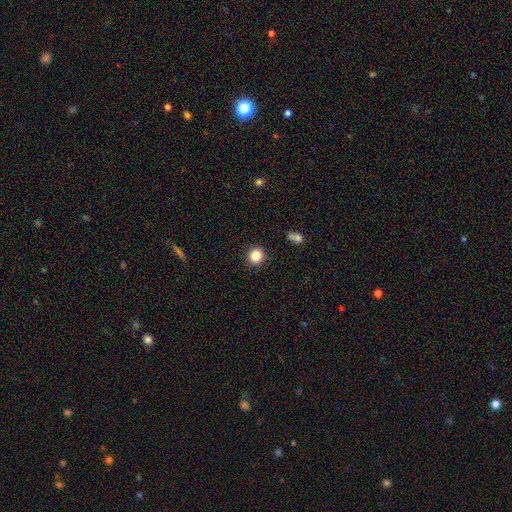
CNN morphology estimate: Smooth or featured: smooth — 85% (star or artifact — 10%)
How rounded: round — 86% (in between — 13%)
Merging: none — 91% (minor disturbance — 6%)